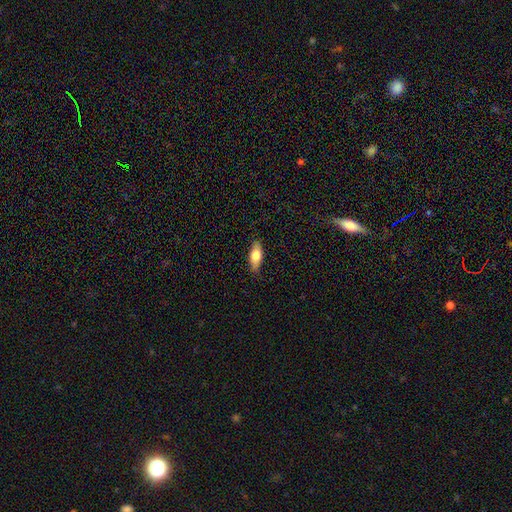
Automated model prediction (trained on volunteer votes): A smooth galaxy with no disk features (72%) that is in between round and cigar-shaped (75%).

Vote fractions:
- Smooth or featured? smooth: 72% / featured or disk: 22% / star or artifact: 6%
- How rounded? in between: 75% / cigar-shaped: 22% / round: 3%
- Merging? none: 83% / minor disturbance: 14% / major disturbance: 3% / merger: 1%